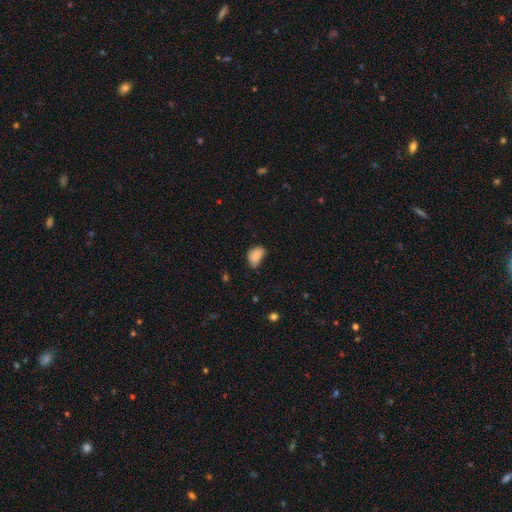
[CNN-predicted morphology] Smooth or featured? Predicted: smooth (p=0.83). How rounded? Predicted: in between (p=0.82). Merging? Predicted: none (p=0.44).